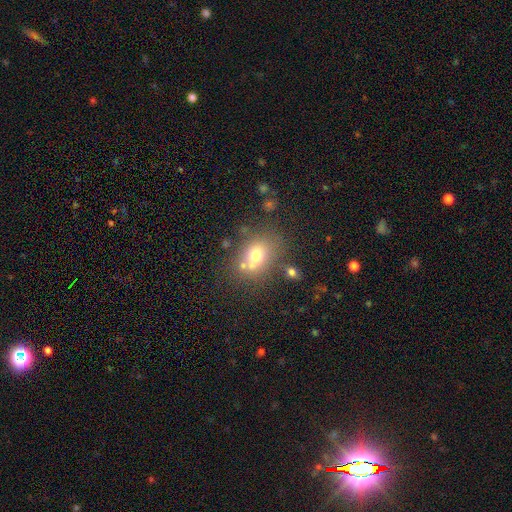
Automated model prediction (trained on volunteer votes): Morphology: type=smooth (67%); roundness=in between (50%); merging=none (58%).